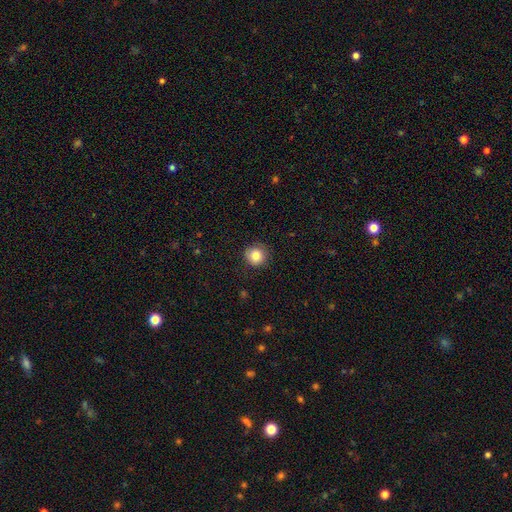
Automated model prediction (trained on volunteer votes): smooth-or-featured: smooth: 84% | star or artifact: 10% | featured or disk: 7%
  how-rounded: round: 92% | in between: 7% | cigar-shaped: 1%
  merging: none: 85% | minor disturbance: 11% | major disturbance: 3% | merger: 1%